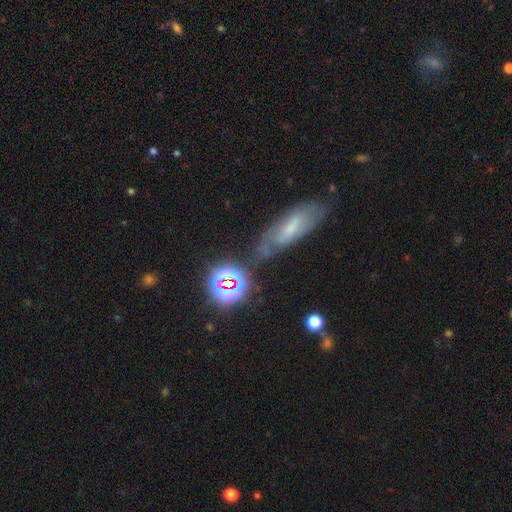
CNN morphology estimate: Overall: star or artifact (37%; featured or disk 33%).